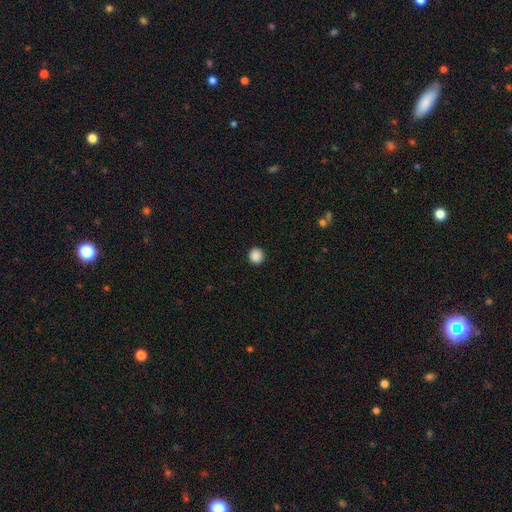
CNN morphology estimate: Q: Smooth or featured?
A: smooth (88%); runner-up: star or artifact (10%)
Q: How rounded?
A: round (95%); runner-up: in between (4%)
Q: Merging?
A: none (93%); runner-up: minor disturbance (4%)